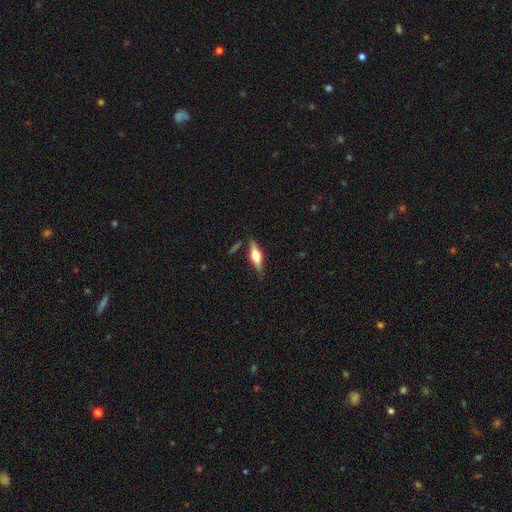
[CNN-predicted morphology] This is likely a featured or disk galaxy (60%). It is clearly viewed edge-on (95%). Edge-on bulge: clearly rounded (90%). Merging: likely none (79%).